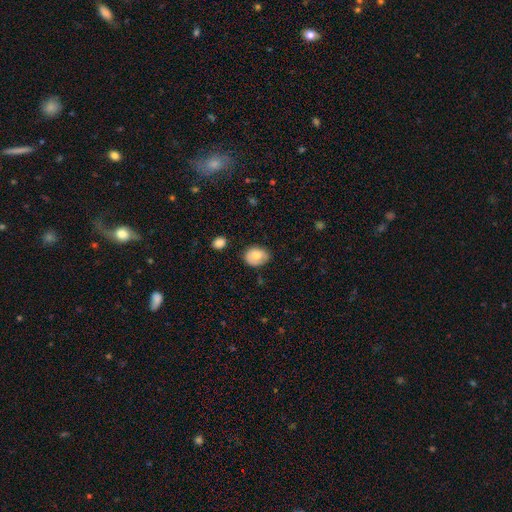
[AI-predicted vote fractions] Smooth or featured? Predicted: smooth (p=0.74). How rounded? Predicted: in between (p=0.61). Merging? Predicted: none (p=0.67).